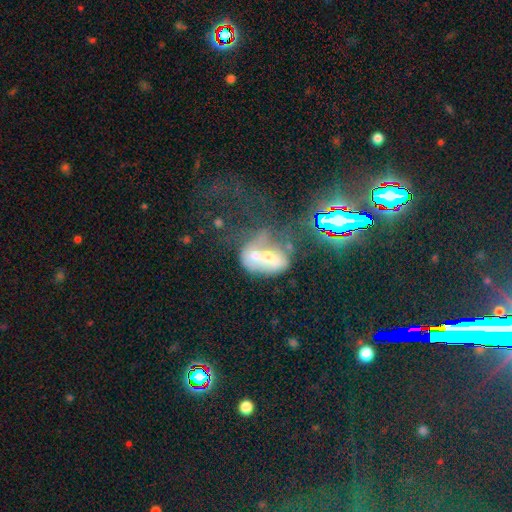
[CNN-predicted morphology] This is marginally a smooth galaxy (45%). Merging: likely merger (74%).